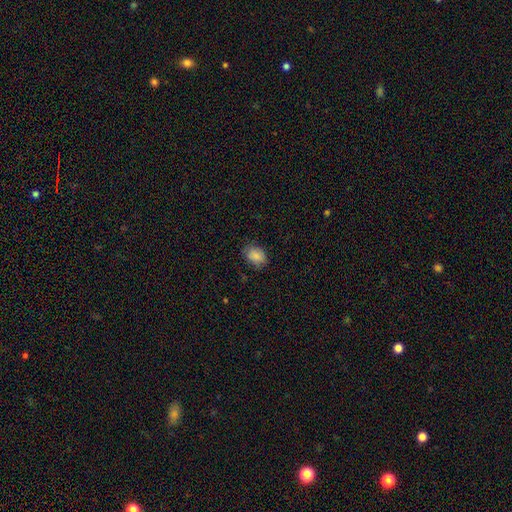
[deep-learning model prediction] Smooth or featured: smooth — 86% (star or artifact — 8%)
How rounded: in between — 71% (round — 28%)
Merging: none — 77% (minor disturbance — 18%)